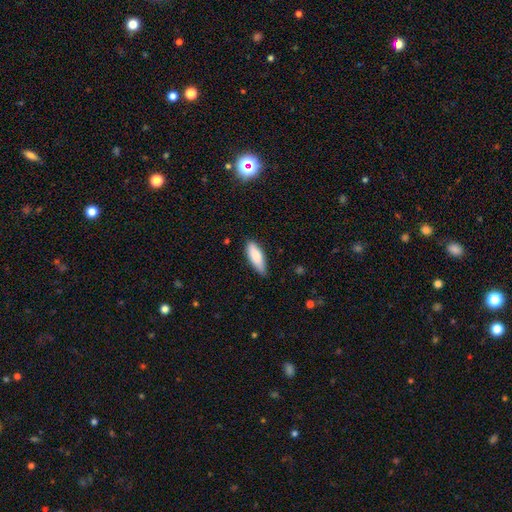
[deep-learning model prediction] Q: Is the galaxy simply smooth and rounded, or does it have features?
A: smooth — 82%.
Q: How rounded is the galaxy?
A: in between — 61%.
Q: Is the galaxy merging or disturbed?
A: none — 78%.